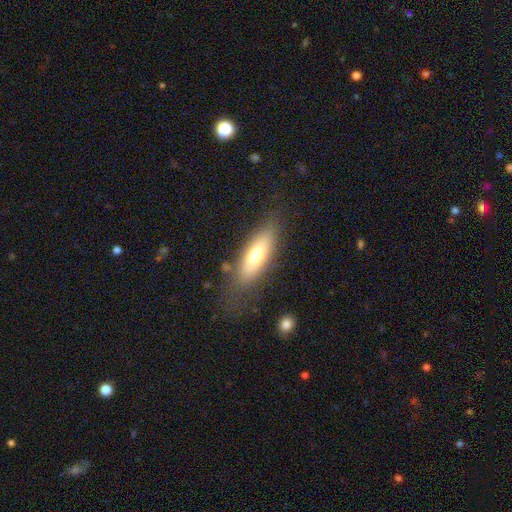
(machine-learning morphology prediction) smooth-or-featured: smooth: 67% | featured or disk: 26% | star or artifact: 7%
  how-rounded: in between: 59% | cigar-shaped: 39% | round: 2%
  merging: none: 75% | minor disturbance: 16% | major disturbance: 6% | merger: 2%